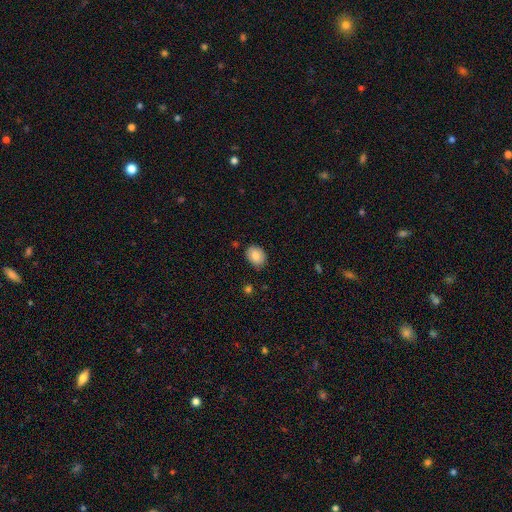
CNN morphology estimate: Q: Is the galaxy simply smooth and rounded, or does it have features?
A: smooth — 82%.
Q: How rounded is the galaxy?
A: in between — 65%.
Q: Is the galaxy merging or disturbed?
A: none — 83%.